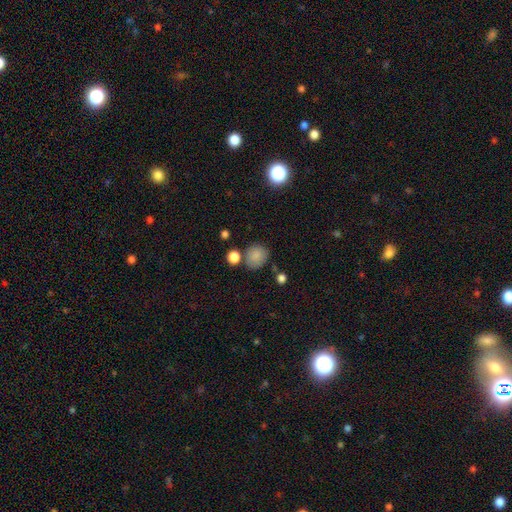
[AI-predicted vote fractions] Smooth or featured: smooth — 83% (star or artifact — 10%)
How rounded: round — 77% (in between — 22%)
Merging: none — 70% (minor disturbance — 15%)